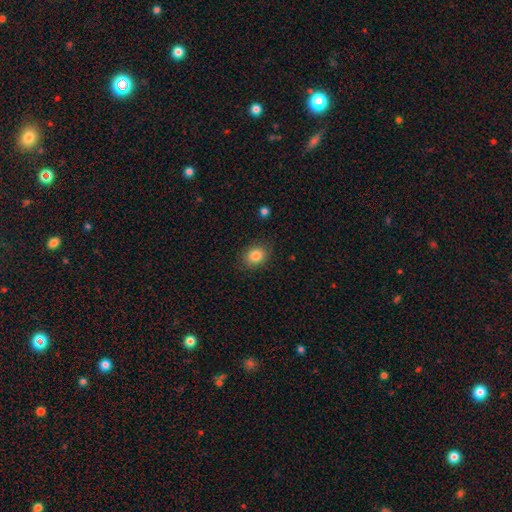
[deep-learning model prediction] smooth_or_featured: smooth (p=0.84) [alt: star or artifact p=0.09]
how_rounded: in between (p=0.54) [alt: round p=0.45]
merging: none (p=0.84) [alt: minor disturbance p=0.12]